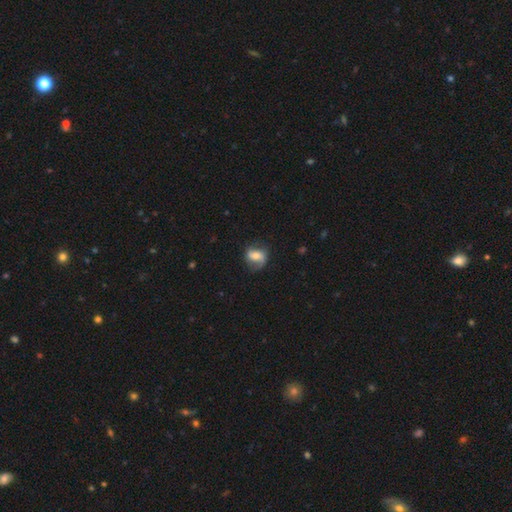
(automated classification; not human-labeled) A featured or disk galaxy (56%) with no bar (38%), spiral arms (84%) and a moderate central bulge (55%).

Vote fractions:
- Smooth or featured? featured or disk: 56% / smooth: 37% / star or artifact: 8%
- Edge-on disk? no: 96% / yes: 4%
- Bar? no: 38% / weak: 37% / strong: 25%
- Spiral arms? yes: 84% / no: 16%
- Bulge size? moderate: 55% / small: 31% / large: 9% / none: 3% / dominant: 2%
- Merging? none: 64% / minor disturbance: 22% / major disturbance: 12% / merger: 2%